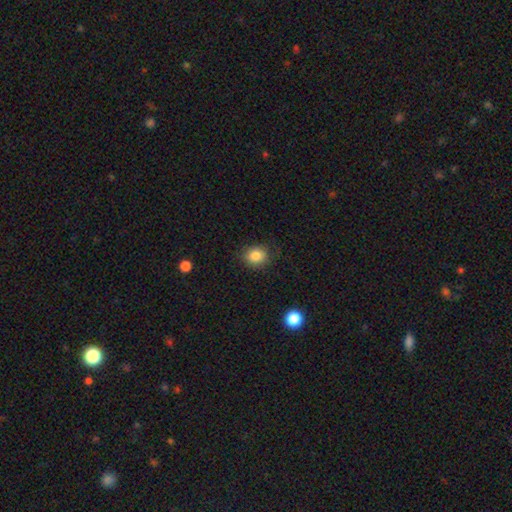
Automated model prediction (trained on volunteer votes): smooth 84%, star or artifact 10%, featured or disk 6%. Down the decision tree: how rounded — round (69%); merging — none (80%).